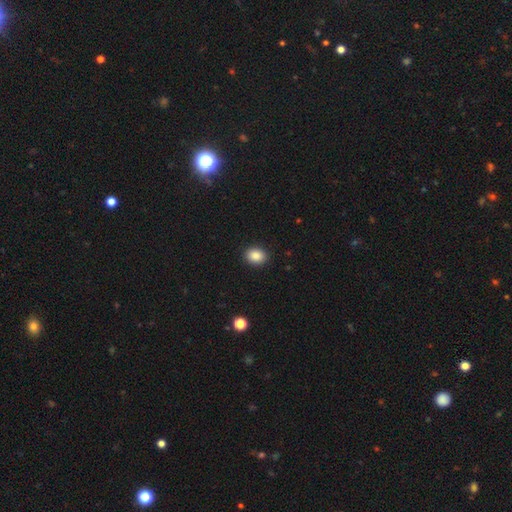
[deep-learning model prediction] This is clearly a smooth galaxy (88%). How rounded: possibly in between (53%). Merging: clearly none (91%).